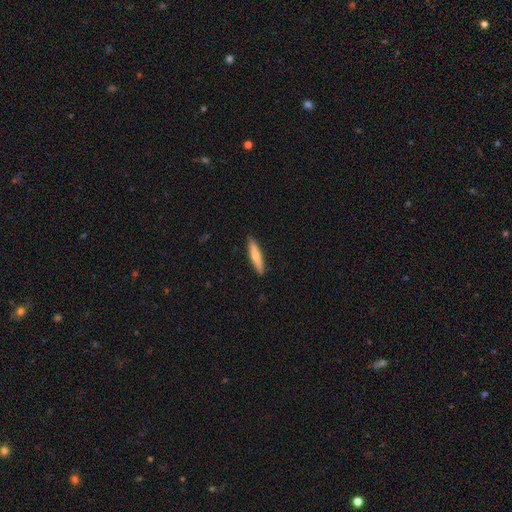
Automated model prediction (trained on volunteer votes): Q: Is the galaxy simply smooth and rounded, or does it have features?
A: smooth — 70%.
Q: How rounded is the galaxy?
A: cigar-shaped — 87%.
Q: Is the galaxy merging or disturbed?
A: none — 90%.